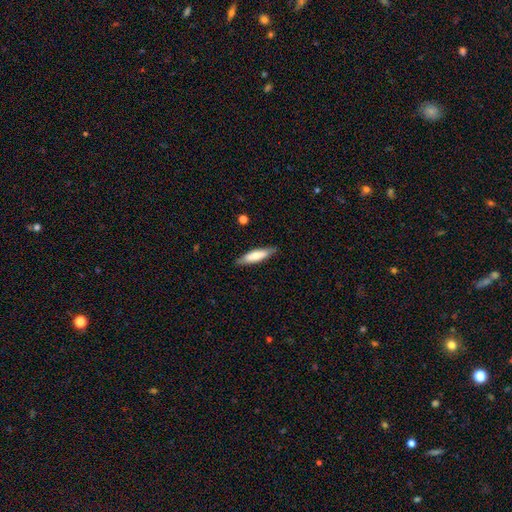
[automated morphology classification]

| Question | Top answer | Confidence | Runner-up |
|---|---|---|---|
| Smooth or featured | smooth | 65% | featured or disk (29%) |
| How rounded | cigar-shaped | 73% | in between (26%) |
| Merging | none | 85% | minor disturbance (12%) |